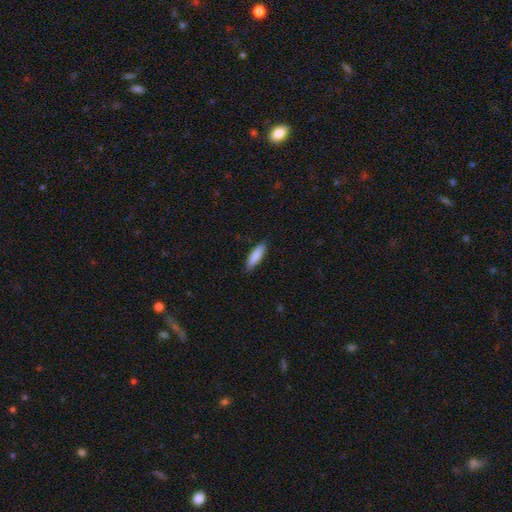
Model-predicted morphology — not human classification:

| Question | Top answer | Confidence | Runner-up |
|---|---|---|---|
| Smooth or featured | smooth | 87% | featured or disk (8%) |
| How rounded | cigar-shaped | 62% | in between (37%) |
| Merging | none | 87% | minor disturbance (11%) |